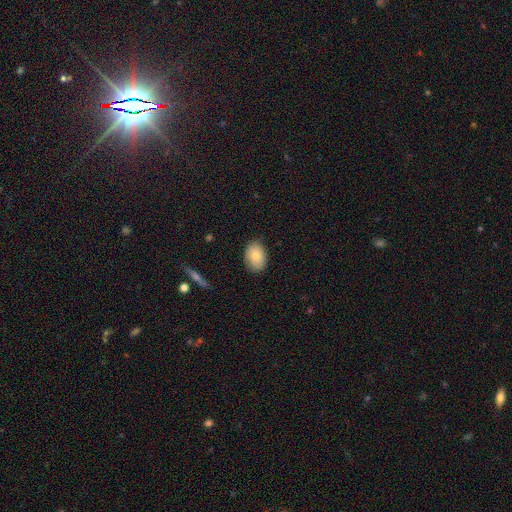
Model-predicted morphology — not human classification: This is likely a smooth galaxy (79%). How rounded: likely in between (78%). Merging: clearly none (82%).